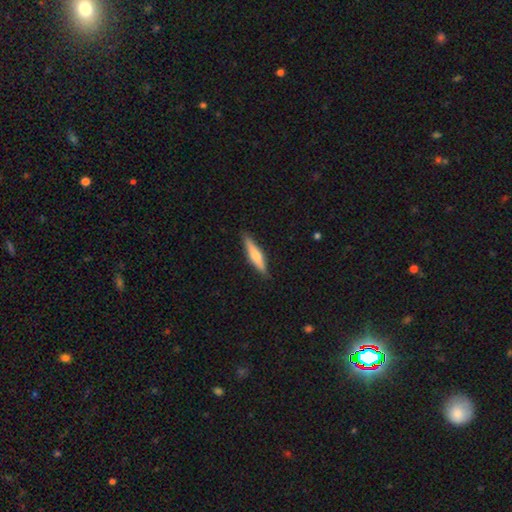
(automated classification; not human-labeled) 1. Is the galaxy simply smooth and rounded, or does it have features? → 53% smooth, 41% featured or disk, 5% star or artifact.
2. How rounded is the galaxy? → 86% cigar-shaped, 12% in between, 2% round.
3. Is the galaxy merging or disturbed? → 89% none, 8% minor disturbance, 2% major disturbance, 1% merger.